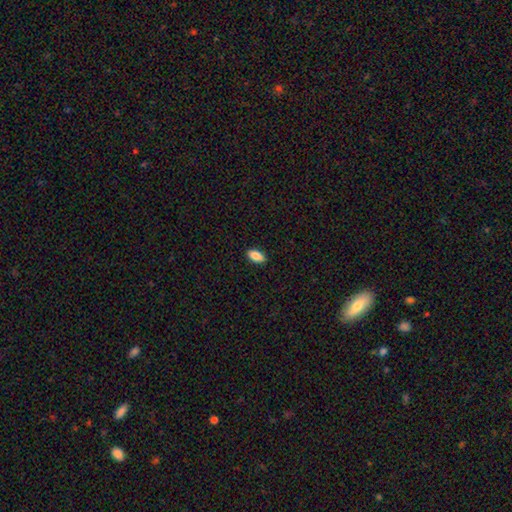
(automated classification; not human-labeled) Q: Smooth or featured?
A: smooth (86%); runner-up: star or artifact (7%)
Q: How rounded?
A: in between (90%); runner-up: cigar-shaped (7%)
Q: Merging?
A: none (88%); runner-up: minor disturbance (9%)